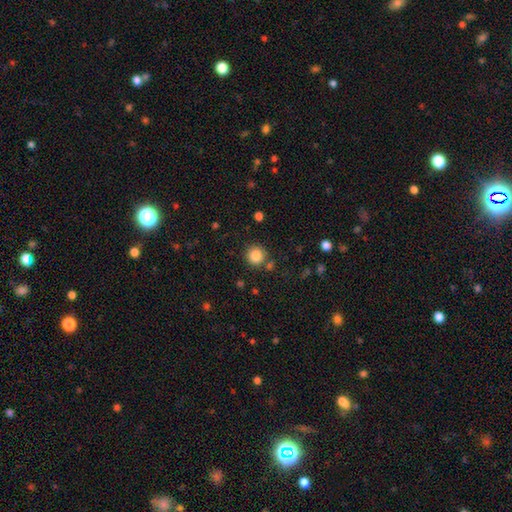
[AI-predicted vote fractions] Morphology: type=smooth (85%); roundness=round (93%); merging=none (82%).